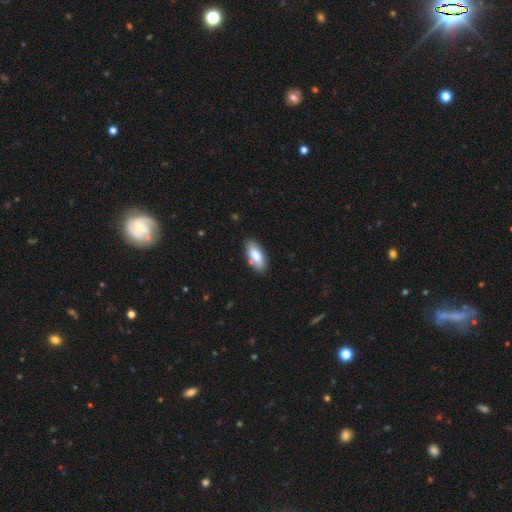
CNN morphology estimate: Smooth or featured? smooth (78%)
How rounded? in between (82%)
Merging? none (76%)